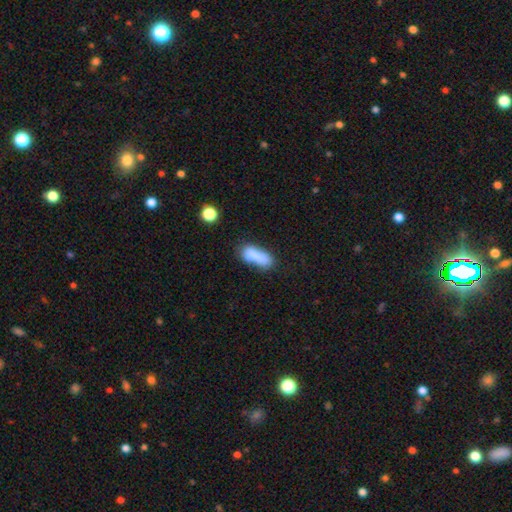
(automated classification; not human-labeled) Smooth or featured: smooth — 79% (featured or disk — 12%)
How rounded: in between — 68% (cigar-shaped — 29%)
Merging: none — 51% (minor disturbance — 24%)